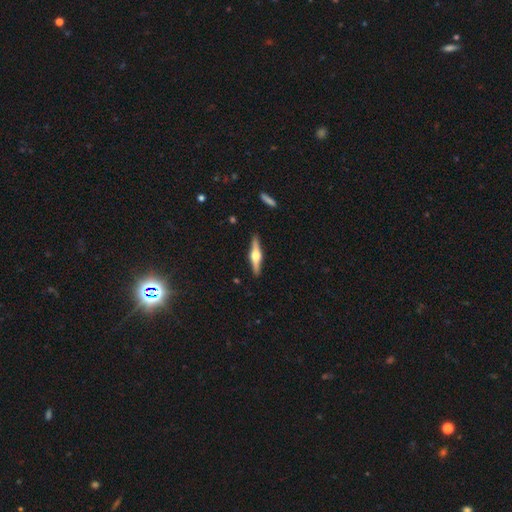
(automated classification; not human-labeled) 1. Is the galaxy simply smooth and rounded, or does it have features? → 73% featured or disk, 21% smooth, 5% star or artifact.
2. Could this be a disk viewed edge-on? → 98% yes, 2% no.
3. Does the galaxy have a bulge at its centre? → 94% rounded, 5% boxy, 2% none.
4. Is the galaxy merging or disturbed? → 90% none, 7% minor disturbance, 1% major disturbance, 1% merger.